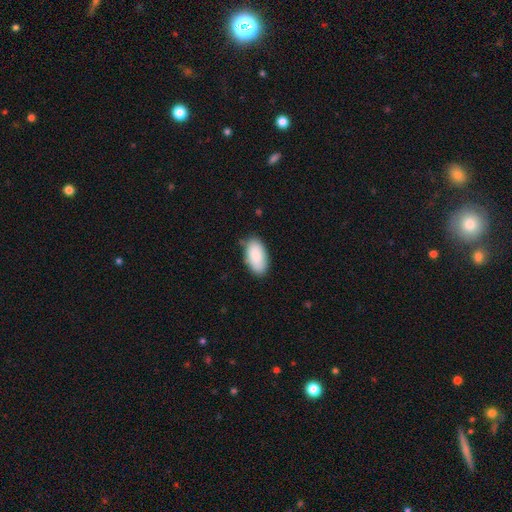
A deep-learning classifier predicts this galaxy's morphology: A smooth galaxy with no disk features (88%) that is in between round and cigar-shaped (95%).

Vote fractions:
- Smooth or featured? smooth: 88% / star or artifact: 6% / featured or disk: 6%
- How rounded? in between: 95% / cigar-shaped: 3% / round: 2%
- Merging? none: 77% / minor disturbance: 18% / major disturbance: 3% / merger: 2%